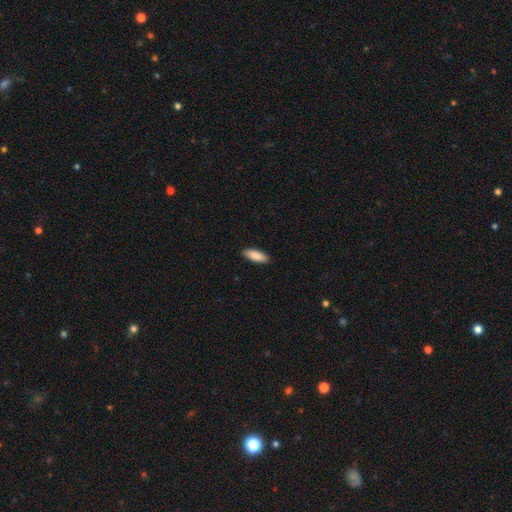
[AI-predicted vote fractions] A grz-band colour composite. It shows a smooth galaxy with no disk features (89%) that is in between round and cigar-shaped (76%). Merging: none (89%).